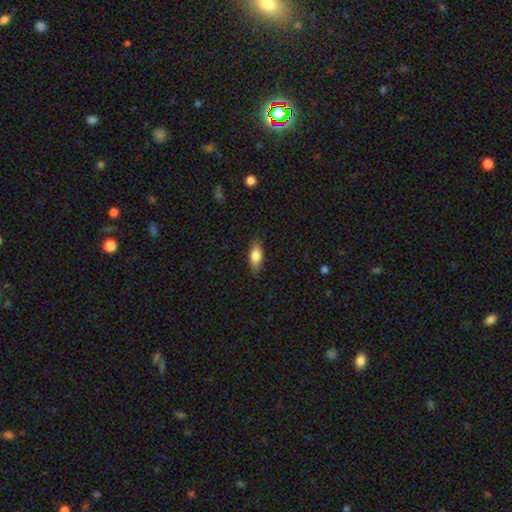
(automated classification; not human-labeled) Smooth or featured? smooth (76%)
How rounded? in between (76%)
Merging? none (85%)